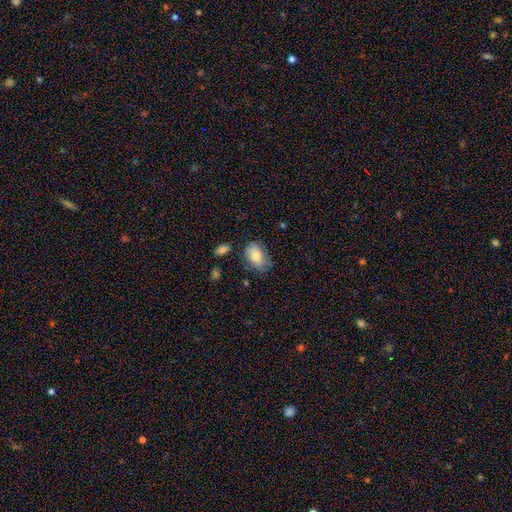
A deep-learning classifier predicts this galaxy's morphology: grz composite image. It shows a smooth galaxy with no disk features (78%) that is in between round and cigar-shaped (89%). Merging: none (67%).